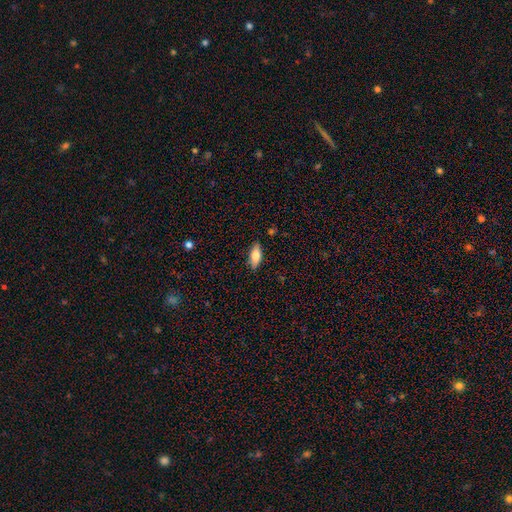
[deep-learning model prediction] Smooth or featured: smooth — 70% (featured or disk — 24%)
How rounded: in between — 73% (cigar-shaped — 24%)
Merging: none — 86% (minor disturbance — 11%)